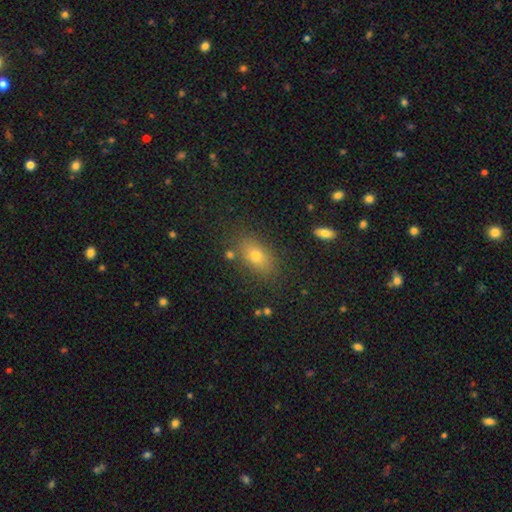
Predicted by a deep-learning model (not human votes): This is likely a smooth galaxy (72%). How rounded: clearly in between (82%). Merging: clearly none (81%).